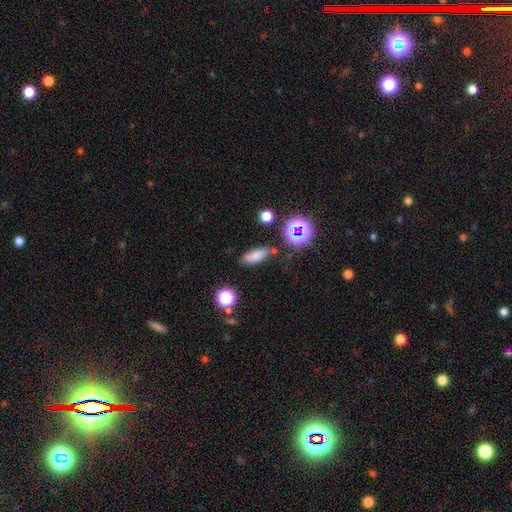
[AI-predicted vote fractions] Overall: smooth (71%). How rounded: in between (68%). Merging: none (74%).